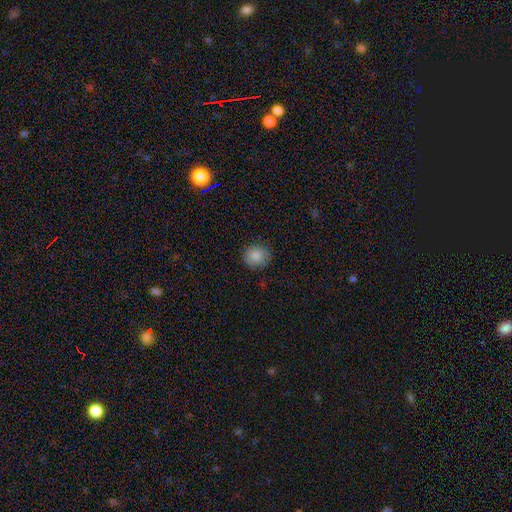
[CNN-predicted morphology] A smooth galaxy with no disk features (87%) that is round (84%).

Vote fractions:
- Smooth or featured? smooth: 87% / star or artifact: 9% / featured or disk: 5%
- How rounded? round: 84% / in between: 15% / cigar-shaped: 1%
- Merging? none: 86% / minor disturbance: 11% / major disturbance: 3% / merger: 1%